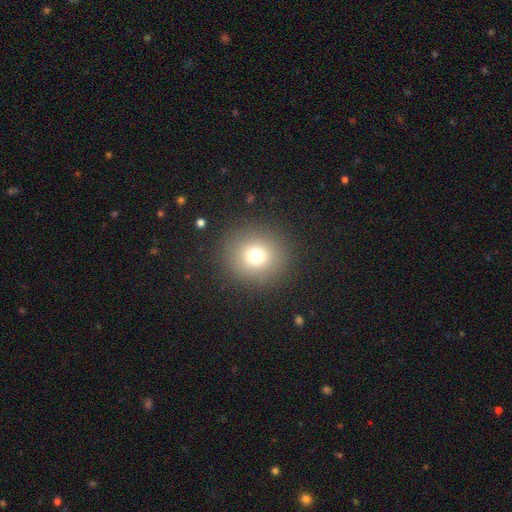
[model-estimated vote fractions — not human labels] This appears to be a smooth galaxy with no disk features (74%) that is round (91%). Merging: none (89%).